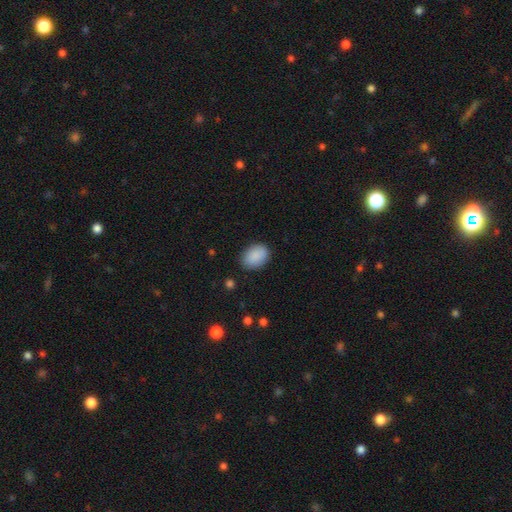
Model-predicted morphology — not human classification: Smooth or featured: smooth — 89% (star or artifact — 7%)
How rounded: in between — 79% (round — 20%)
Merging: none — 84% (minor disturbance — 12%)